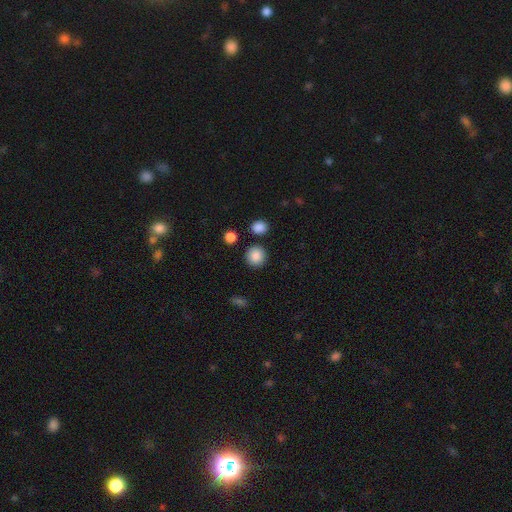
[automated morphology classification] A smooth galaxy with no disk features (87%) that is round (91%).

Vote fractions:
- Smooth or featured? smooth: 87% / star or artifact: 9% / featured or disk: 4%
- How rounded? round: 91% / in between: 8% / cigar-shaped: 1%
- Merging? none: 86% / minor disturbance: 7% / merger: 5% / major disturbance: 3%